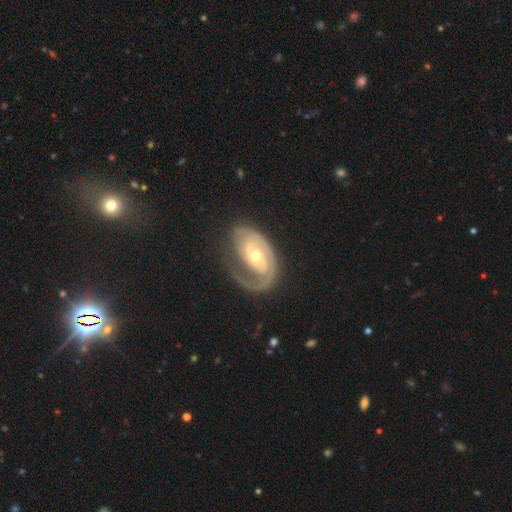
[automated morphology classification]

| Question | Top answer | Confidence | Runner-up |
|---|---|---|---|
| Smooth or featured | featured or disk | 86% | smooth (9%) |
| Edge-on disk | no | 97% | yes (3%) |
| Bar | no | 59% | weak (31%) |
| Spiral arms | yes | 95% | no (5%) |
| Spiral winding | tight | 56% | medium (32%) |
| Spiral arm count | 1 | 56% | 2 (30%) |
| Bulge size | moderate | 49% | small (46%) |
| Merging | none | 57% | minor disturbance (20%) |